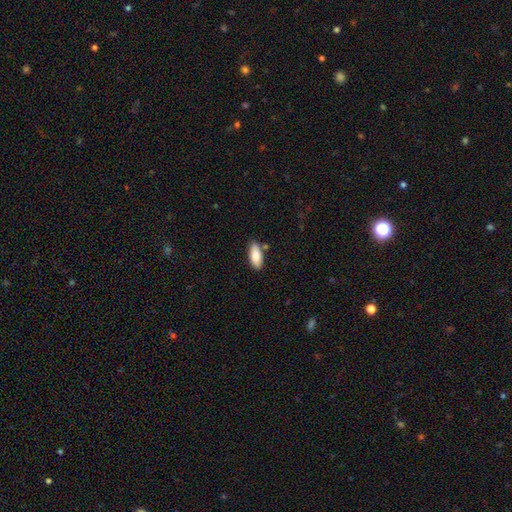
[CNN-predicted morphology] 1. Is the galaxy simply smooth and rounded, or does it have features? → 86% smooth, 8% featured or disk, 6% star or artifact.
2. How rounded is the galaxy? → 81% in between, 18% cigar-shaped, 2% round.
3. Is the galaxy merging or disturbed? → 81% none, 13% minor disturbance, 4% merger, 2% major disturbance.